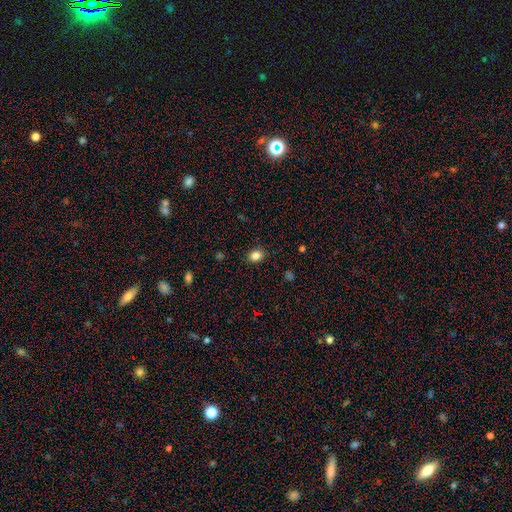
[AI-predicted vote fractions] Smooth or featured?
  - smooth: 84% *
  - star or artifact: 11%
  - featured or disk: 5%
How rounded?
  - round: 50% *
  - in between: 49%
  - cigar-shaped: 1%
Merging?
  - none: 88% *
  - minor disturbance: 8%
  - major disturbance: 2%
  - merger: 1%